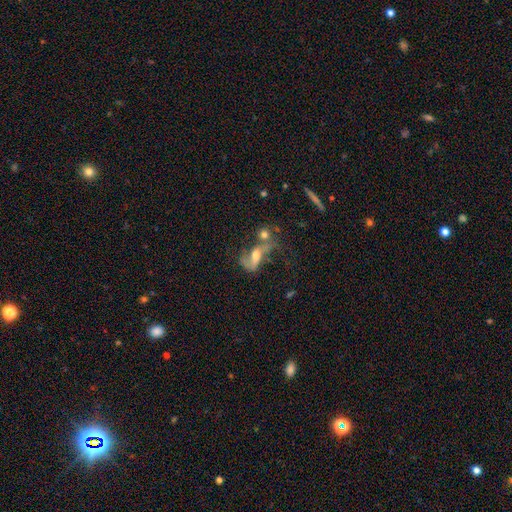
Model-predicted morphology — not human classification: Smooth or featured?
  - featured or disk: 59% *
  - smooth: 30%
  - star or artifact: 11%
Edge-on disk?
  - no: 91% *
  - yes: 9%
Bar?
  - no: 46% *
  - weak: 36%
  - strong: 18%
Spiral arms?
  - yes: 72% *
  - no: 28%
Bulge size?
  - moderate: 55% *
  - small: 19%
  - large: 17%
  - none: 7%
  - dominant: 2%
Merging?
  - merger: 39% *
  - major disturbance: 25%
  - none: 23%
  - minor disturbance: 13%